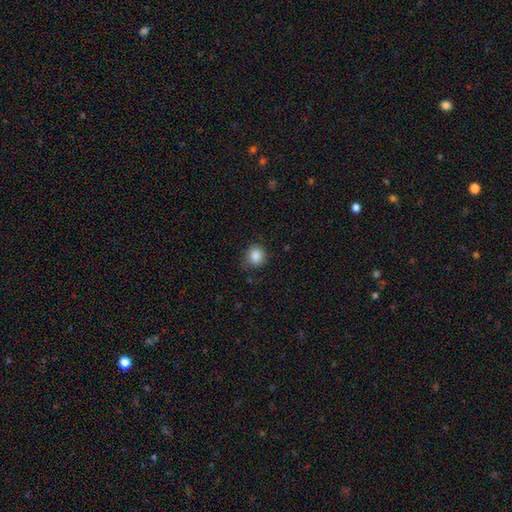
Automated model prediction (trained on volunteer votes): smooth-or-featured: smooth: 87% | star or artifact: 9% | featured or disk: 4%
  how-rounded: round: 79% | in between: 20% | cigar-shaped: 1%
  merging: none: 77% | minor disturbance: 18% | major disturbance: 4% | merger: 1%